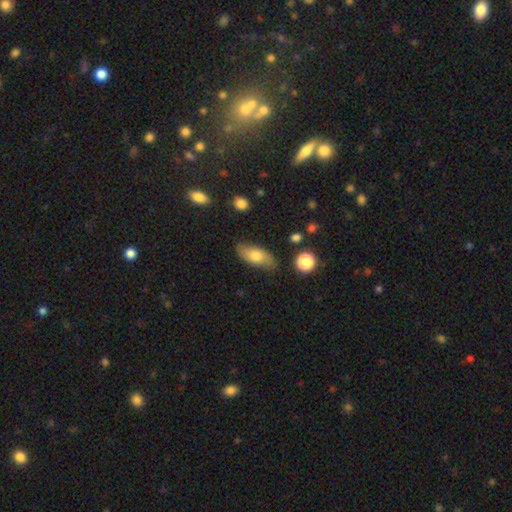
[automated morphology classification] Q: Smooth or featured?
A: smooth (68%); runner-up: featured or disk (25%)
Q: How rounded?
A: in between (85%); runner-up: cigar-shaped (11%)
Q: Merging?
A: none (78%); runner-up: minor disturbance (17%)